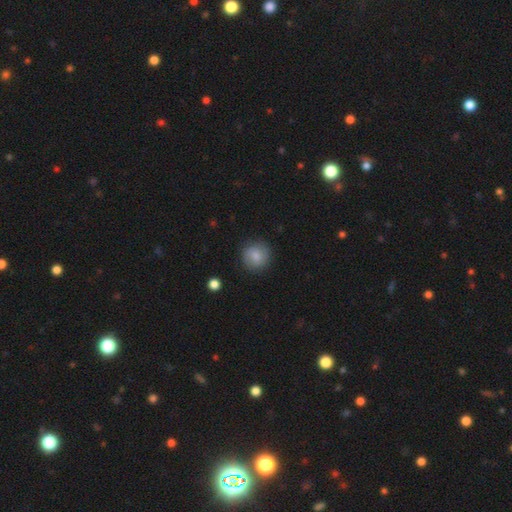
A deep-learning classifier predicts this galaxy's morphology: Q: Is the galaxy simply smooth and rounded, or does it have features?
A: smooth — 77%.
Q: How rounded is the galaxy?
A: round — 92%.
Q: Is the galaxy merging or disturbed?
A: none — 85%.